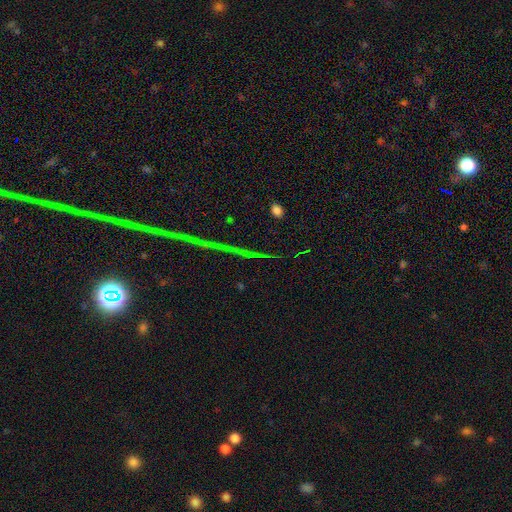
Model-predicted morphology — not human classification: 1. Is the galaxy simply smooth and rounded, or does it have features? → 82% star or artifact, 11% featured or disk, 8% smooth.